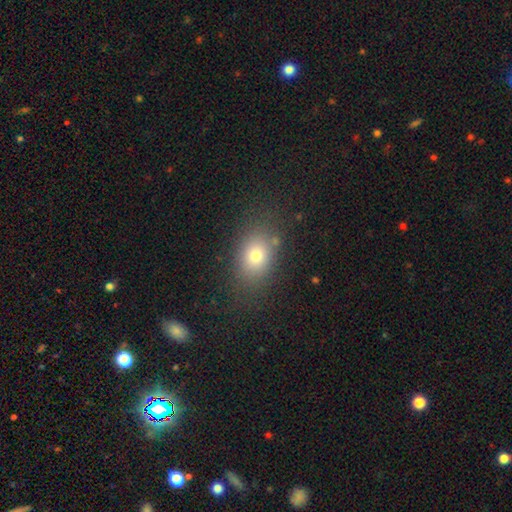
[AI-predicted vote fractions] A smooth galaxy with no disk features (74%) that is in between round and cigar-shaped (68%).

Vote fractions:
- Smooth or featured? smooth: 74% / star or artifact: 13% / featured or disk: 12%
- How rounded? in between: 68% / round: 30% / cigar-shaped: 1%
- Merging? none: 79% / minor disturbance: 12% / major disturbance: 6% / merger: 3%